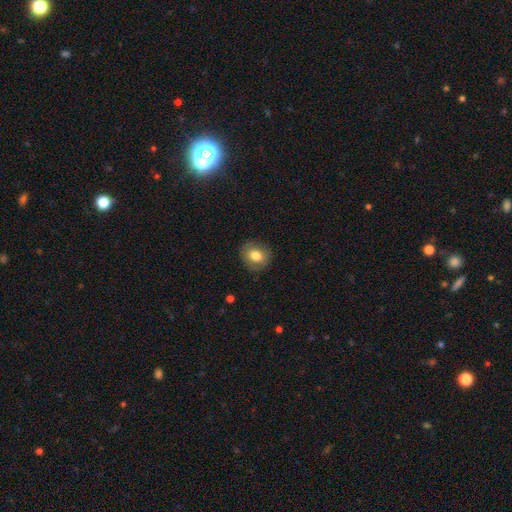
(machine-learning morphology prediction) smooth_or_featured: smooth (p=0.77) [alt: featured or disk p=0.14]
how_rounded: round (p=0.69) [alt: in between p=0.30]
merging: none (p=0.84) [alt: minor disturbance p=0.12]